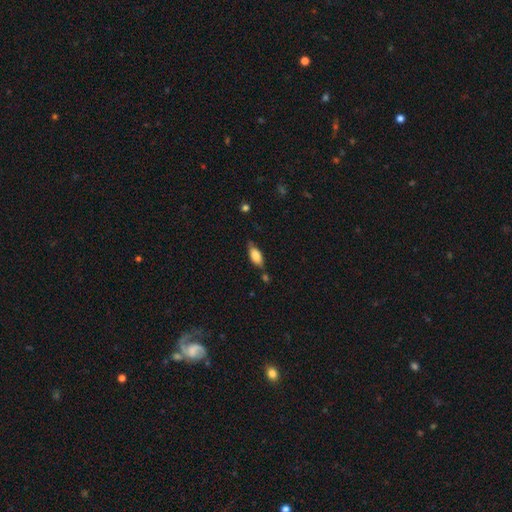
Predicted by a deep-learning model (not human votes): Smooth or featured? Predicted: smooth (p=0.82). How rounded? Predicted: in between (p=0.87). Merging? Predicted: none (p=0.66).